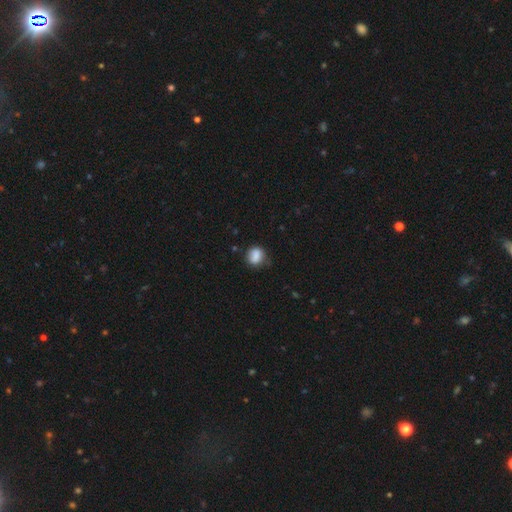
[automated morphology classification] A smooth galaxy with no disk features (84%) that is round (62%).

Vote fractions:
- Smooth or featured? smooth: 84% / star or artifact: 9% / featured or disk: 7%
- How rounded? round: 62% / in between: 36% / cigar-shaped: 1%
- Merging? none: 64% / minor disturbance: 26% / major disturbance: 7% / merger: 3%